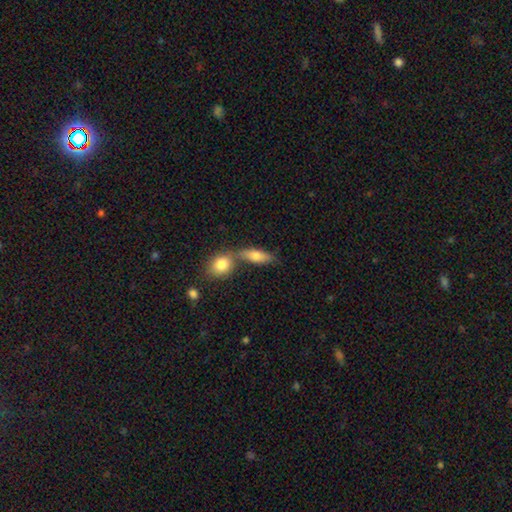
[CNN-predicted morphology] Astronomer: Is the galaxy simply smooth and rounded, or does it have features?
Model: smooth — 74%.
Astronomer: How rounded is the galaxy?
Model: in between — 70%.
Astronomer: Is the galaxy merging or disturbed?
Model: none — 45% (runner-up: merger, 41%).